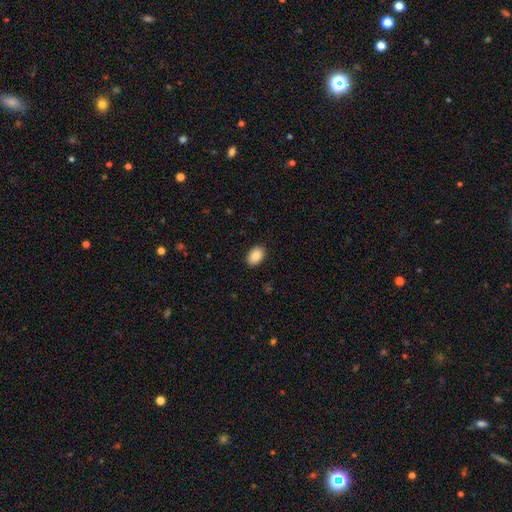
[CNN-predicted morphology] Smooth or featured: smooth — 89% (star or artifact — 7%)
How rounded: in between — 88% (round — 11%)
Merging: none — 89% (minor disturbance — 8%)